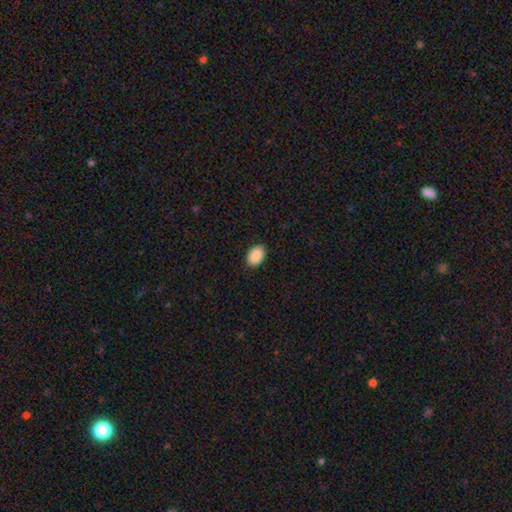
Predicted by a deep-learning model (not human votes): Smooth or featured? smooth (90%)
How rounded? in between (86%)
Merging? none (89%)